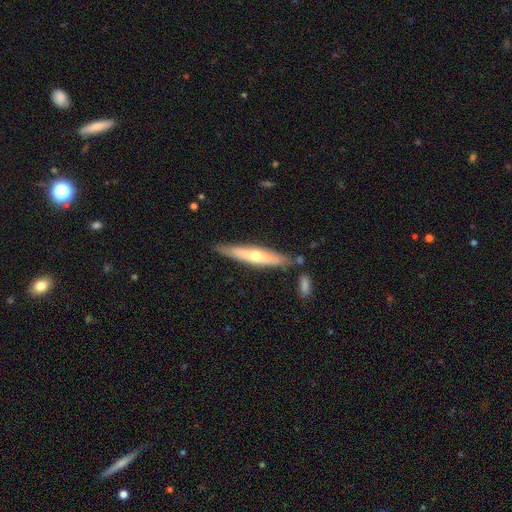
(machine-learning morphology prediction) This is possibly a featured or disk galaxy (54%). It is clearly viewed edge-on (86%). Merging: likely none (79%).